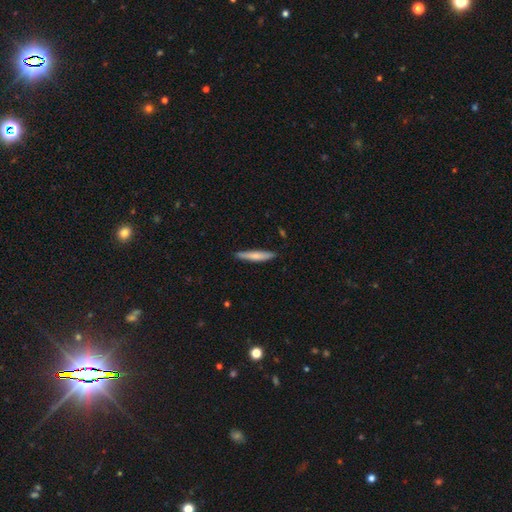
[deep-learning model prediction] Overall: smooth (65%; featured or disk 29%). How rounded: cigar-shaped (92%). Merging: none (88%).